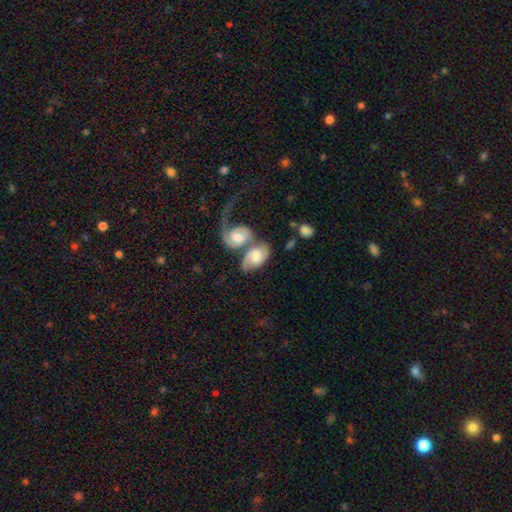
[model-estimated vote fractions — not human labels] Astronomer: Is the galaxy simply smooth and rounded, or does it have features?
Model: featured or disk — 71%.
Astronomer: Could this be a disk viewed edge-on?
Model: no — 96%.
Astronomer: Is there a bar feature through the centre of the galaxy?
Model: no — 49% (runner-up: weak, 41%).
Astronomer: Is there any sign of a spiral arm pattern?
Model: yes — 93%.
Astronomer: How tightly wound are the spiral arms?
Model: medium — 46% (runner-up: loose, 28%).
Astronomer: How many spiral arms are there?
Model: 2 — 80%.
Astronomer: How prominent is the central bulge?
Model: moderate — 54%.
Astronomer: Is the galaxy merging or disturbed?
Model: merger — 68%.